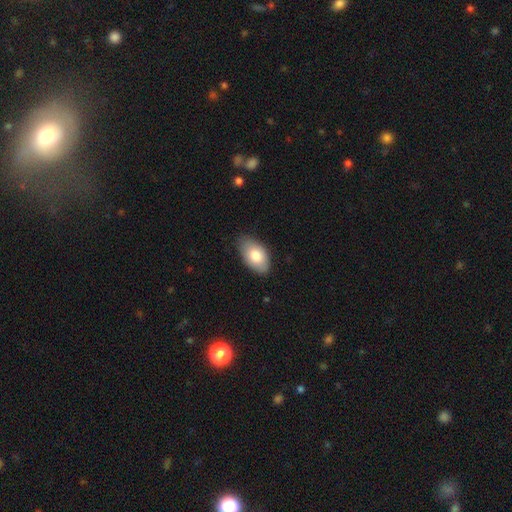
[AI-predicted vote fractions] This appears to be a smooth galaxy with no disk features (79%) that is in between round and cigar-shaped (94%). Merging: none (78%).